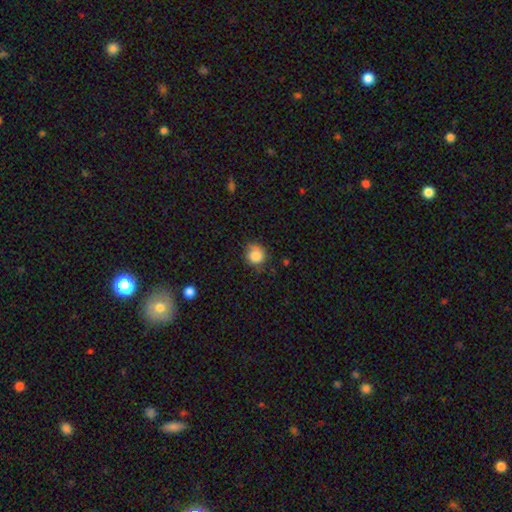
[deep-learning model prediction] smooth-or-featured: smooth: 84% | star or artifact: 9% | featured or disk: 7%
  how-rounded: round: 84% | in between: 15% | cigar-shaped: 1%
  merging: none: 67% | minor disturbance: 26% | major disturbance: 6% | merger: 2%